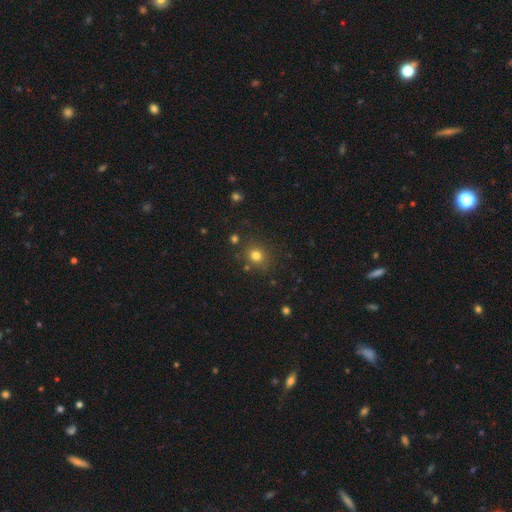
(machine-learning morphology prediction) A smooth galaxy with no disk features (77%) that is round (83%).

Vote fractions:
- Smooth or featured? smooth: 77% / star or artifact: 16% / featured or disk: 7%
- How rounded? round: 83% / in between: 17% / cigar-shaped: 1%
- Merging? none: 82% / minor disturbance: 10% / merger: 4% / major disturbance: 3%